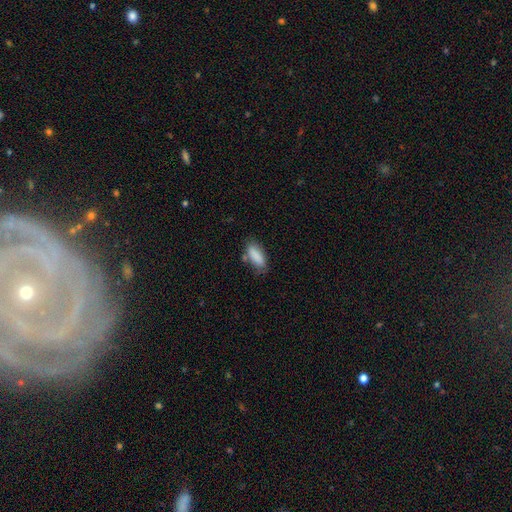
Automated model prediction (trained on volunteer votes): Smooth or featured?
  - smooth: 86% *
  - star or artifact: 7%
  - featured or disk: 7%
How rounded?
  - in between: 76% *
  - cigar-shaped: 21%
  - round: 2%
Merging?
  - none: 65% *
  - minor disturbance: 22%
  - merger: 7%
  - major disturbance: 6%